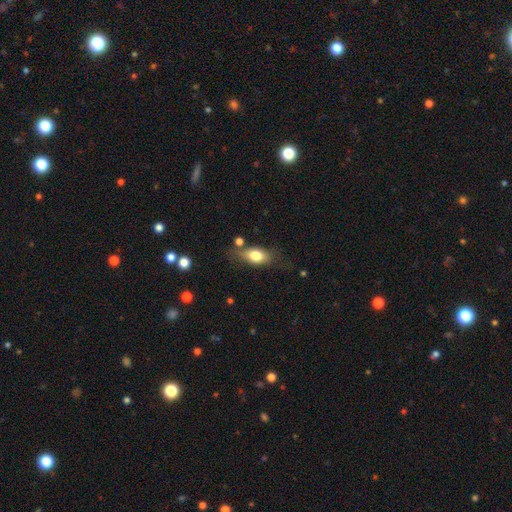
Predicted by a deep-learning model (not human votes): Q: Smooth or featured?
A: smooth (75%); runner-up: featured or disk (17%)
Q: How rounded?
A: in between (82%); runner-up: round (9%)
Q: Merging?
A: none (63%); runner-up: minor disturbance (22%)